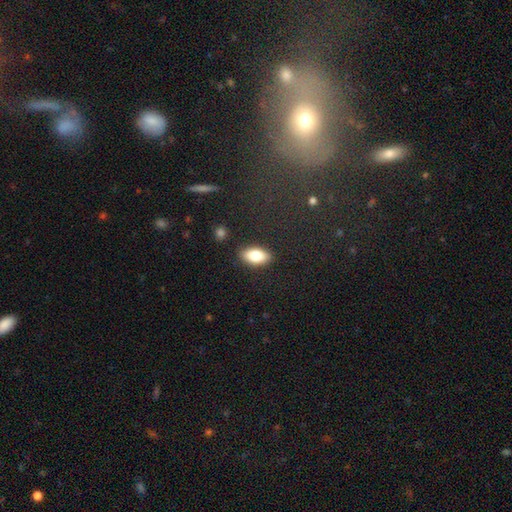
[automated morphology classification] Smooth or featured? smooth (80%)
How rounded? in between (90%)
Merging? none (87%)